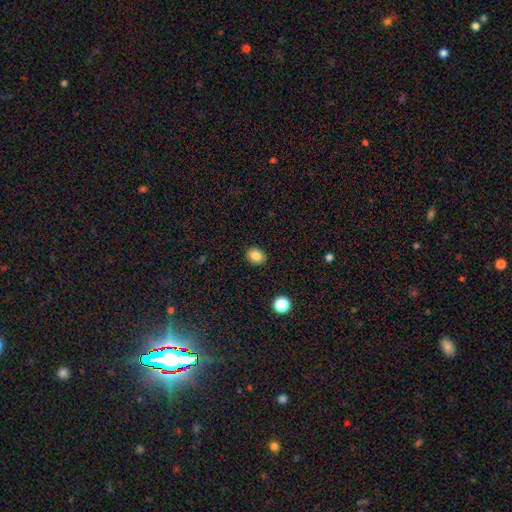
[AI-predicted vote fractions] smooth_or_featured: smooth (p=0.84) [alt: star or artifact p=0.10]
how_rounded: round (p=0.51) [alt: in between p=0.48]
merging: none (p=0.90) [alt: minor disturbance p=0.07]